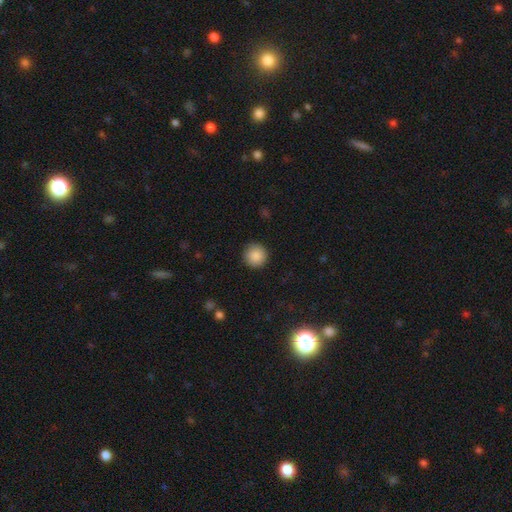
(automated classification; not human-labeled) Smooth or featured?
  - smooth: 88% *
  - star or artifact: 8%
  - featured or disk: 4%
How rounded?
  - round: 95% *
  - in between: 4%
  - cigar-shaped: 1%
Merging?
  - none: 91% *
  - minor disturbance: 6%
  - major disturbance: 2%
  - merger: 1%